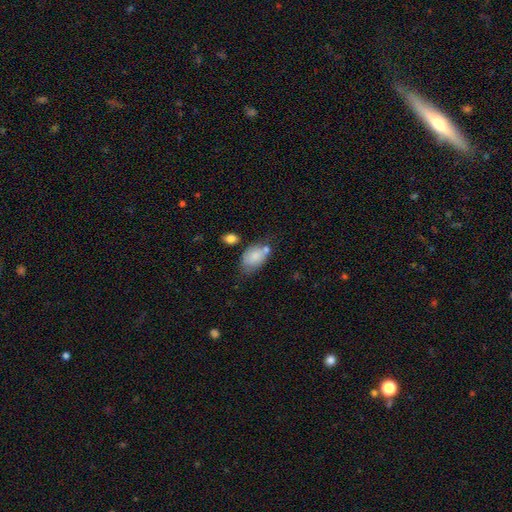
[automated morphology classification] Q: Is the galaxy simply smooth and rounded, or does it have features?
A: smooth — 78%.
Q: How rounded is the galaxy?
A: in between — 89%.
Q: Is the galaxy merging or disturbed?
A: none — 45%.